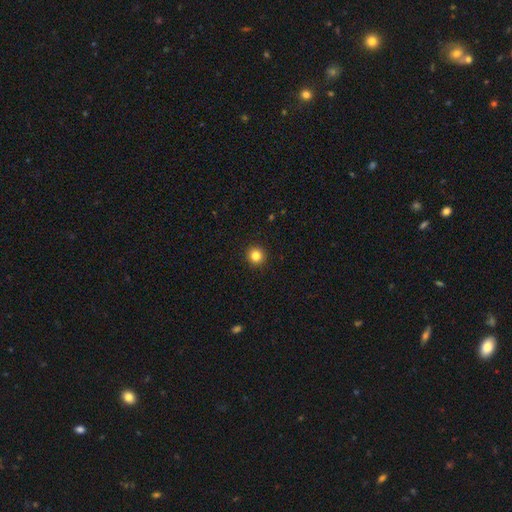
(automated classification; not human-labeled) Smooth or featured?
  - smooth: 83% *
  - star or artifact: 12%
  - featured or disk: 5%
How rounded?
  - round: 95% *
  - in between: 4%
  - cigar-shaped: 1%
Merging?
  - none: 94% *
  - minor disturbance: 4%
  - major disturbance: 1%
  - merger: 1%